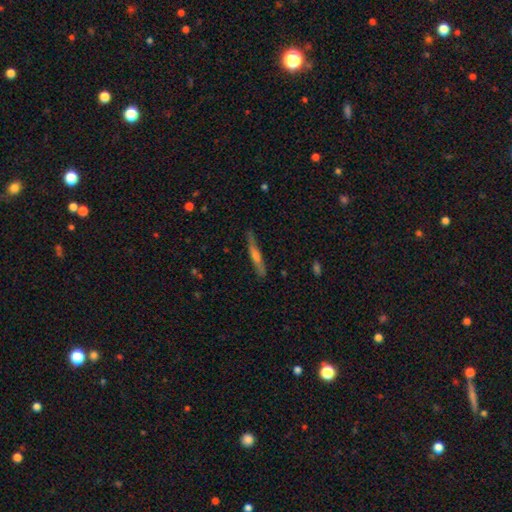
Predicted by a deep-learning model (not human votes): Smooth or featured? Predicted: featured or disk (p=0.59). Edge-on disk? Predicted: yes (p=0.95). Edge-on bulge? Predicted: rounded (p=0.77). Merging? Predicted: none (p=0.83).